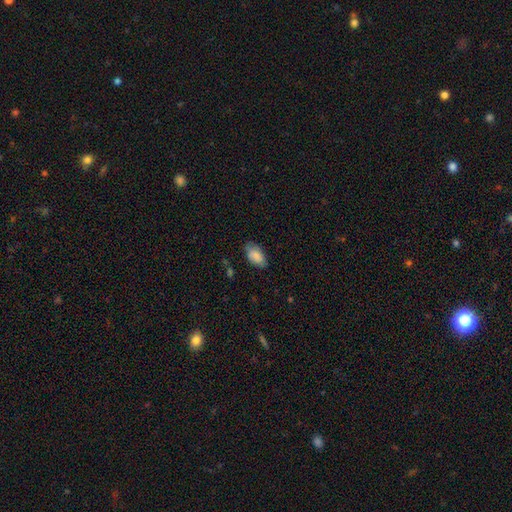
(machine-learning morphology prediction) Smooth or featured? smooth (83%)
How rounded? in between (94%)
Merging? none (71%)